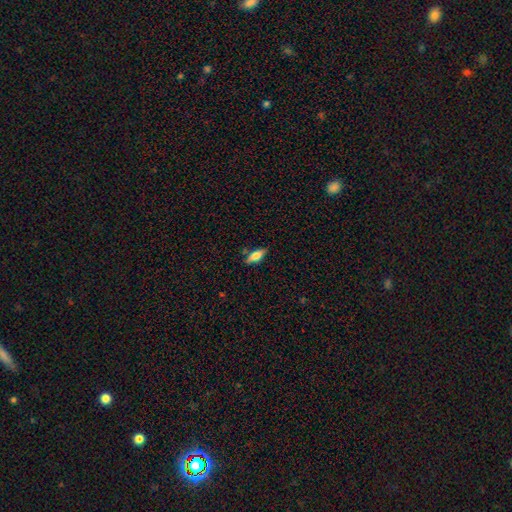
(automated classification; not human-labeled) smooth 66%, featured or disk 27%, star or artifact 7%. Down the decision tree: how rounded — in between (65%); merging — none (80%).